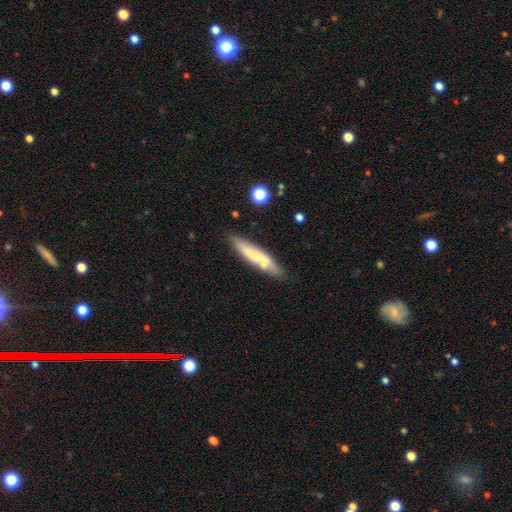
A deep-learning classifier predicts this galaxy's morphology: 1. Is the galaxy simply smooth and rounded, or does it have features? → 59% smooth, 34% featured or disk, 7% star or artifact.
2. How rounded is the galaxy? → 84% cigar-shaped, 15% in between, 2% round.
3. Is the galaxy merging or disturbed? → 72% none, 17% minor disturbance, 8% merger, 4% major disturbance.